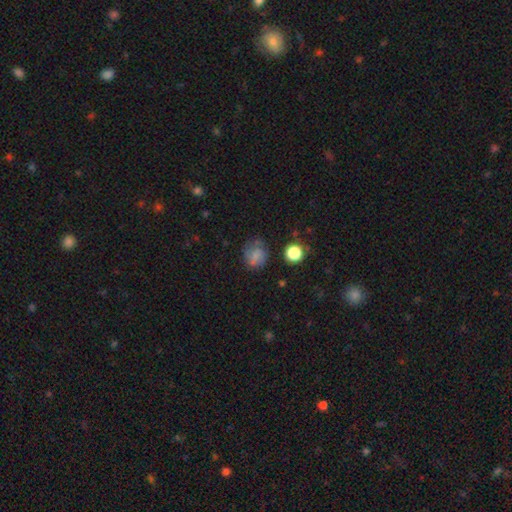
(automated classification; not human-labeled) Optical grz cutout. It shows a smooth galaxy with no disk features (67%) that is round (65%). Merging: none (56%).